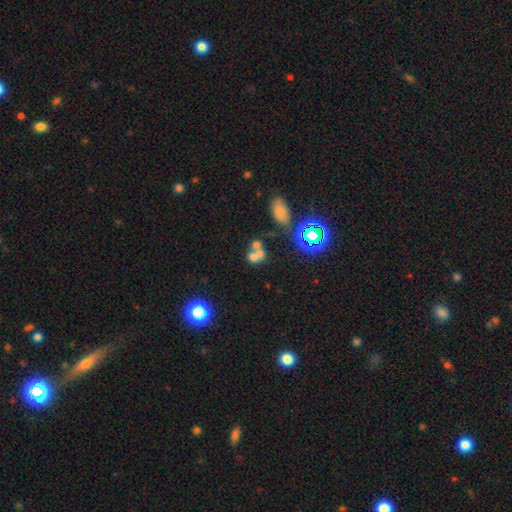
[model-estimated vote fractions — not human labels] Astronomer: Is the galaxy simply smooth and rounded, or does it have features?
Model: smooth — 54%.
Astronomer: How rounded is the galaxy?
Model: round — 51% (runner-up: in between, 47%).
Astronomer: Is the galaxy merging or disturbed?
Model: merger — 64%.